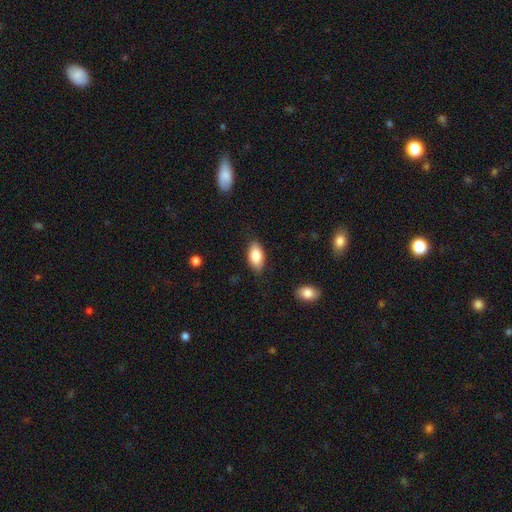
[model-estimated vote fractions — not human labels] Smooth or featured: smooth — 84% (featured or disk — 9%)
How rounded: in between — 92% (cigar-shaped — 4%)
Merging: none — 84% (minor disturbance — 12%)